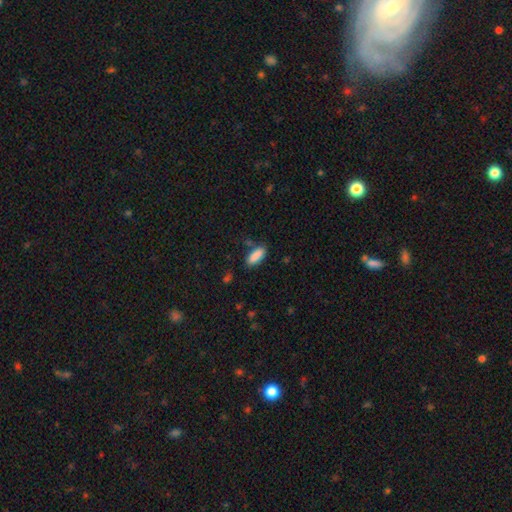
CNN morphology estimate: A smooth galaxy with no disk features (89%) that is in between round and cigar-shaped (81%). Merging: none (80%).